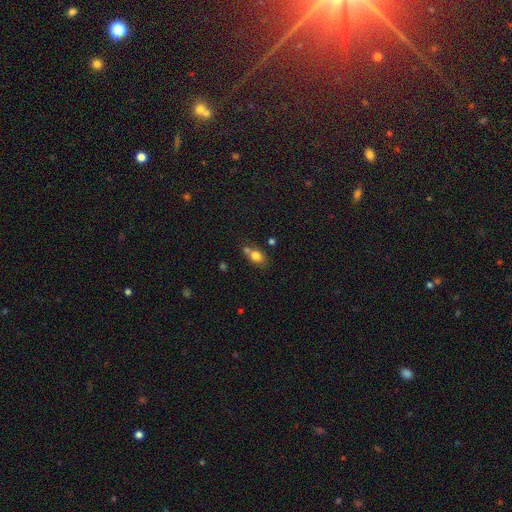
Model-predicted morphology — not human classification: Smooth or featured? Predicted: smooth (p=0.78). How rounded? Predicted: in between (p=0.68). Merging? Predicted: none (p=0.47).